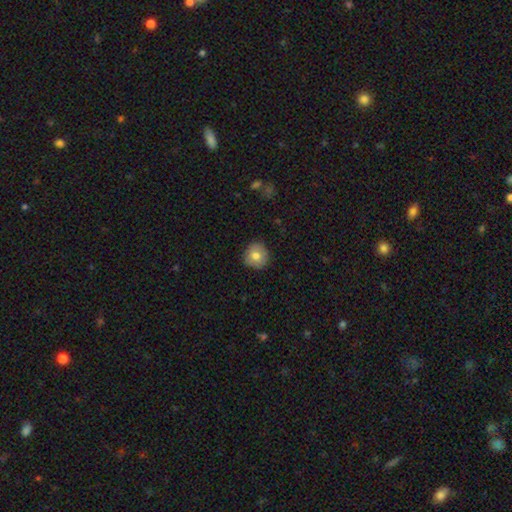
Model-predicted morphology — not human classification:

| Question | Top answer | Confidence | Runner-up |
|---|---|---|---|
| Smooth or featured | smooth | 77% | featured or disk (14%) |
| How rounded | round | 91% | in between (8%) |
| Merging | none | 86% | minor disturbance (11%) |